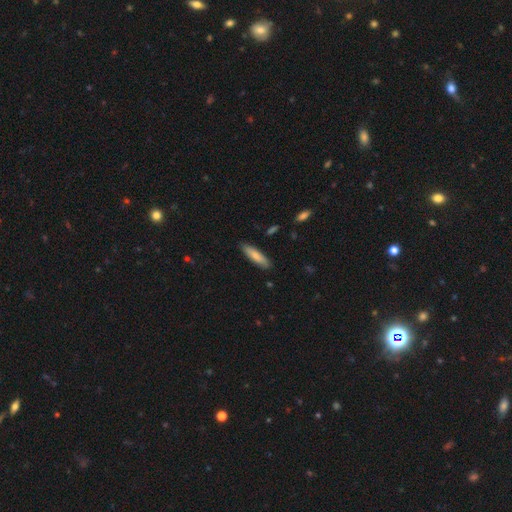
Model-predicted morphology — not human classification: This appears to be a smooth galaxy with no disk features (77%) that is cigar-shaped (72%). Merging: none (87%).